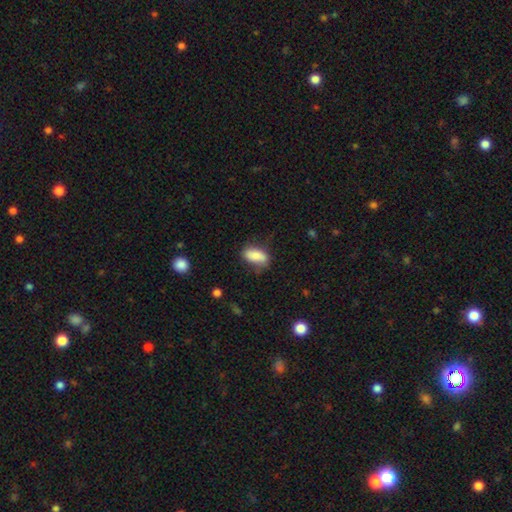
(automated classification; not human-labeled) smooth_or_featured: smooth (p=0.80) [alt: featured or disk p=0.13]
how_rounded: in between (p=0.86) [alt: cigar-shaped p=0.09]
merging: none (p=0.68) [alt: minor disturbance p=0.23]